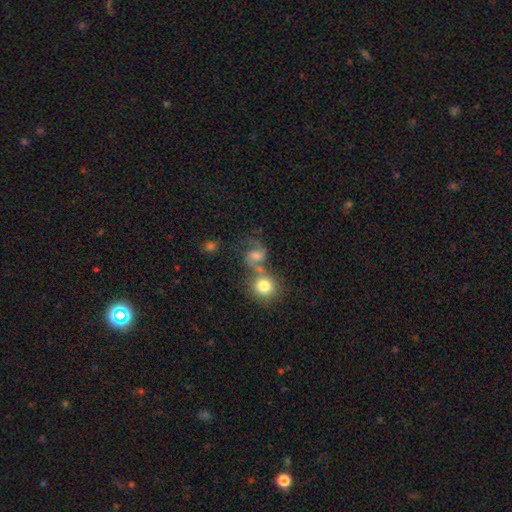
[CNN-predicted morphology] Smooth or featured? Predicted: smooth (p=0.46). Merging? Predicted: merger (p=0.38).